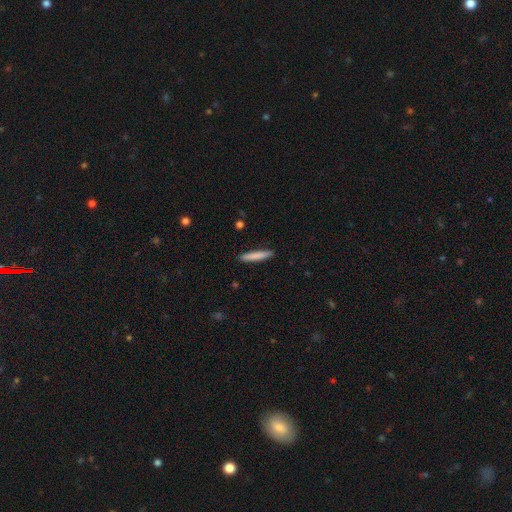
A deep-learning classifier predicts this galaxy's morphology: Smooth or featured: smooth — 80% (featured or disk — 14%)
How rounded: cigar-shaped — 94% (in between — 5%)
Merging: none — 90% (minor disturbance — 7%)